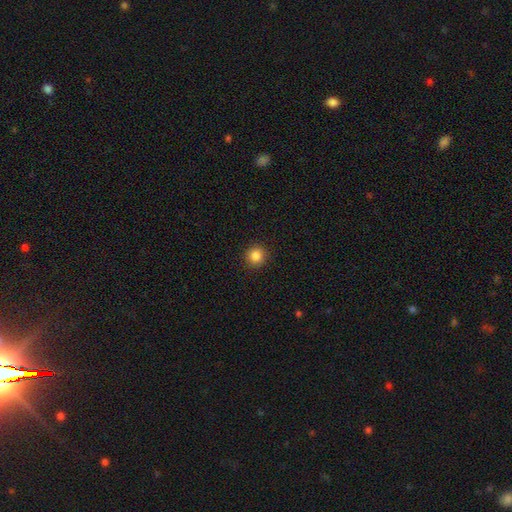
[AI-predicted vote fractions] smooth_or_featured: smooth (p=0.85) [alt: star or artifact p=0.11]
how_rounded: round (p=0.94) [alt: in between p=0.05]
merging: none (p=0.93) [alt: minor disturbance p=0.05]